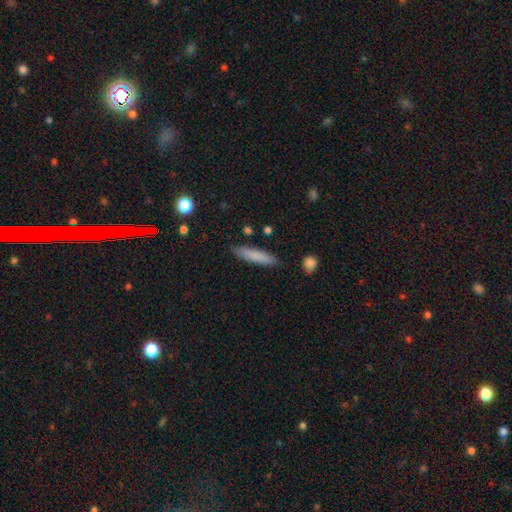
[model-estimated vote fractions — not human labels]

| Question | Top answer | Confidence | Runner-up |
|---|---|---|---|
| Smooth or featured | smooth | 82% | featured or disk (12%) |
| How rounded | cigar-shaped | 85% | in between (14%) |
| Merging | none | 87% | minor disturbance (9%) |